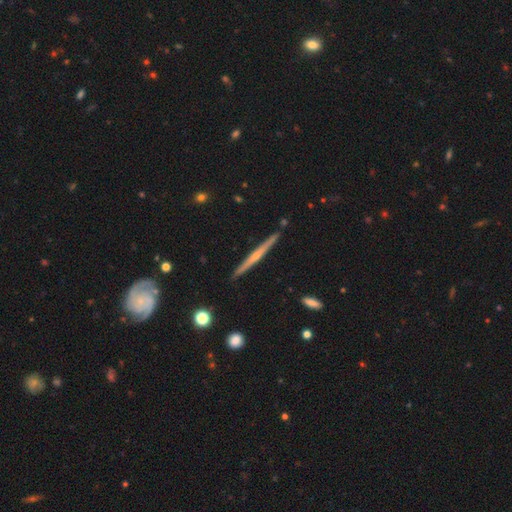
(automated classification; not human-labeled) Smooth or featured? featured or disk (71%)
Edge-on disk? yes (98%)
Edge-on bulge? rounded (59%)
Merging? none (90%)